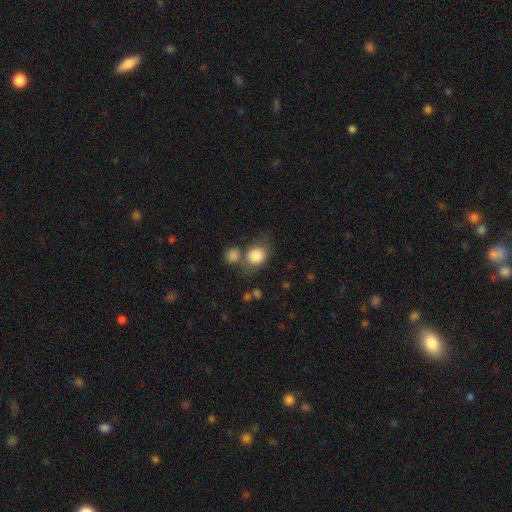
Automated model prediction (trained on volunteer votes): The model was most divided on "how rounded": round: 53%, in between: 46%, cigar-shaped: 1%. Remaining: smooth or featured — smooth (84%); merging — none (49%).